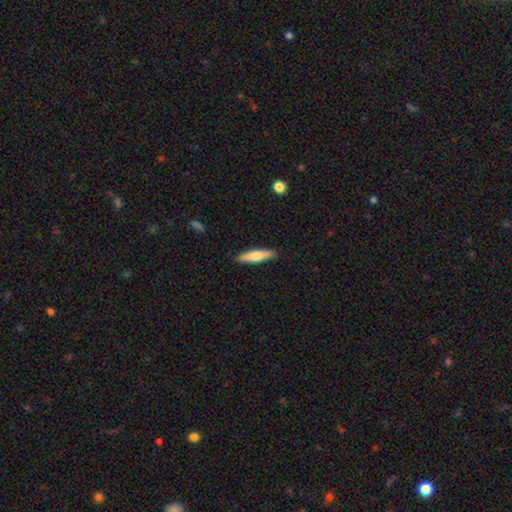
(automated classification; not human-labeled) Smooth or featured? smooth (64%)
How rounded? cigar-shaped (76%)
Merging? none (90%)